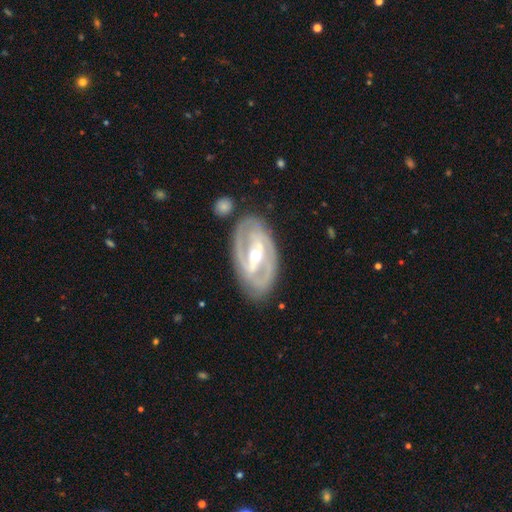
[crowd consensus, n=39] This appears to be a featured or disk galaxy (95%) with a strong bar (54%), 2 (76%) medium (48%) spiral arms (83%) and a moderate central bulge (57%). Merging: none (79%).